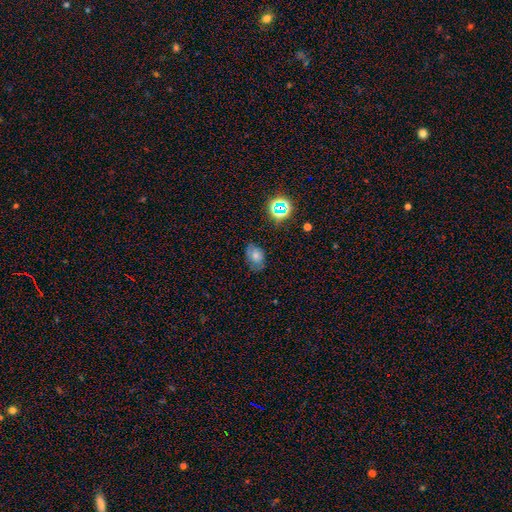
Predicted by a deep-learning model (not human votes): A smooth galaxy with no disk features (63%) that is in between round and cigar-shaped (75%). Merging: none (62%).